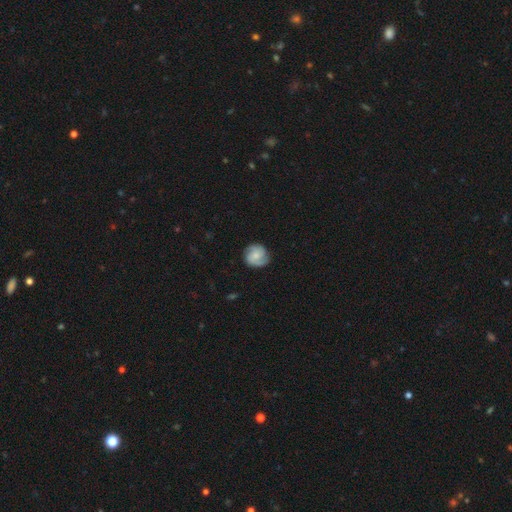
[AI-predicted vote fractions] A featured or disk galaxy (62%) with no bar (60%), 2 (64%) tight (44%) spiral arms (94%) and a small central bulge (45%).

Vote fractions:
- Smooth or featured? featured or disk: 62% / smooth: 31% / star or artifact: 7%
- Edge-on disk? no: 98% / yes: 2%
- Bar? no: 60% / weak: 34% / strong: 6%
- Spiral arms? yes: 94% / no: 6%
- Spiral winding? tight: 44% / medium: 42% / loose: 13%
- Spiral arm count? 2: 64% / 3: 16% / can't tell: 12% / 1: 4% / 4: 3% / more than 4: 2%
- Bulge size? small: 45% / moderate: 37% / none: 12% / large: 4% / dominant: 1%
- Merging? none: 81% / minor disturbance: 14% / major disturbance: 4% / merger: 1%